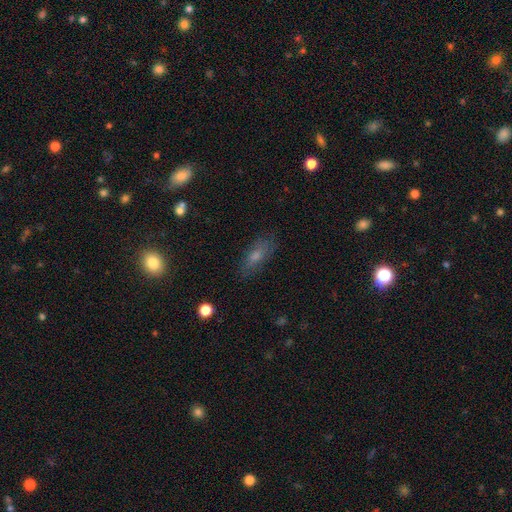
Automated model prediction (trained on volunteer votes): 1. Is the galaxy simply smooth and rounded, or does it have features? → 54% smooth, 28% featured or disk, 17% star or artifact.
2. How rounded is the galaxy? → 71% in between, 23% cigar-shaped, 6% round.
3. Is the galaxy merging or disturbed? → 80% none, 14% minor disturbance, 5% major disturbance, 2% merger.